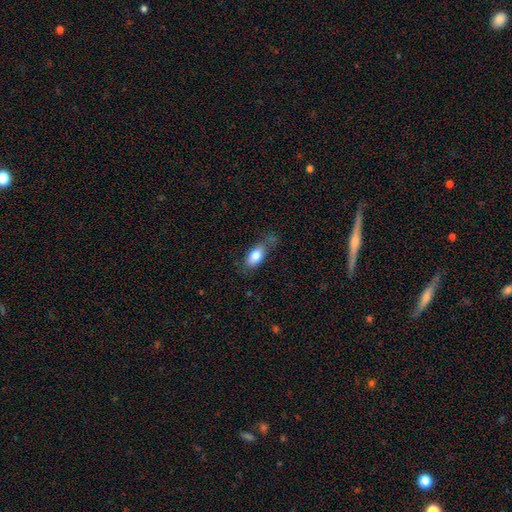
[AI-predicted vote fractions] Smooth or featured?
  - smooth: 82% *
  - featured or disk: 11%
  - star or artifact: 7%
How rounded?
  - in between: 88% *
  - cigar-shaped: 8%
  - round: 4%
Merging?
  - none: 57% *
  - minor disturbance: 28%
  - major disturbance: 12%
  - merger: 4%